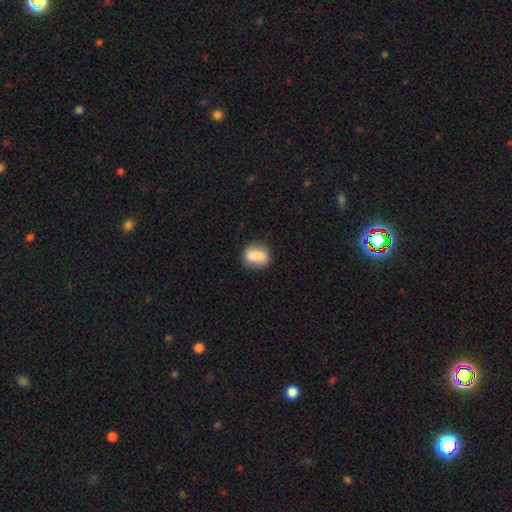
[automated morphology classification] Smooth or featured: smooth — 80% (featured or disk — 12%)
How rounded: in between — 54% (round — 43%)
Merging: none — 72% (minor disturbance — 20%)